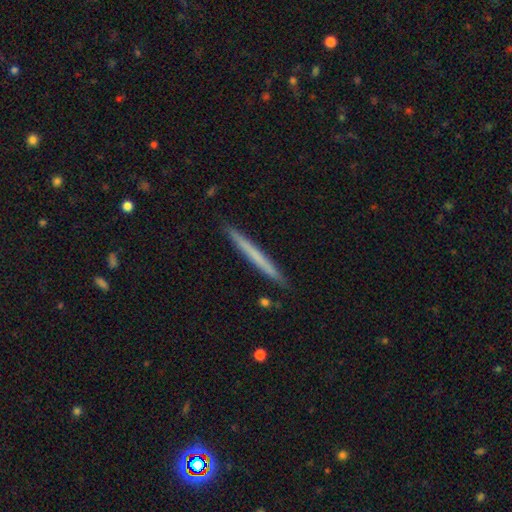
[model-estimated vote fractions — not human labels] Q: Smooth or featured?
A: smooth (58%); runner-up: featured or disk (36%)
Q: How rounded?
A: cigar-shaped (97%); runner-up: in between (1%)
Q: Merging?
A: none (91%); runner-up: minor disturbance (6%)